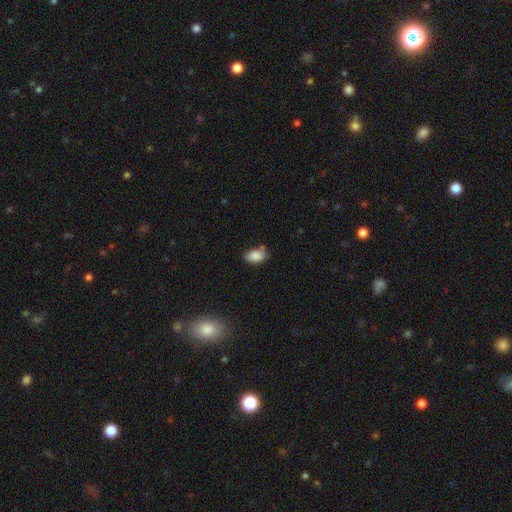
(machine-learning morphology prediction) The model was most divided on "merging": none: 66%, minor disturbance: 24%, merger: 5%, major disturbance: 5%. More confident: how rounded — in between (90%); smooth or featured — smooth (87%).